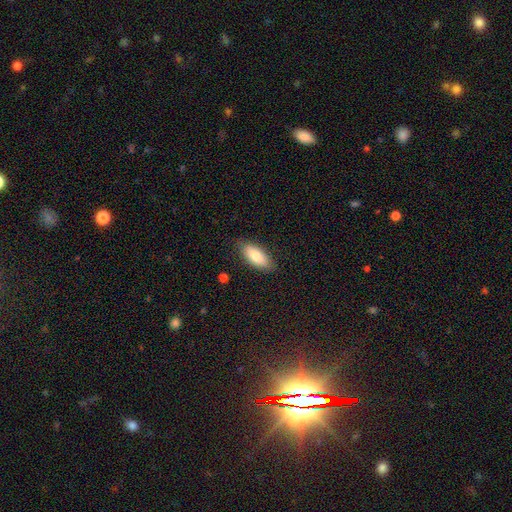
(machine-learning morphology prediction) The model was most divided on "smooth or featured": smooth: 79%, featured or disk: 14%, star or artifact: 6%. More confident: merging — none (85%); how rounded — in between (84%).